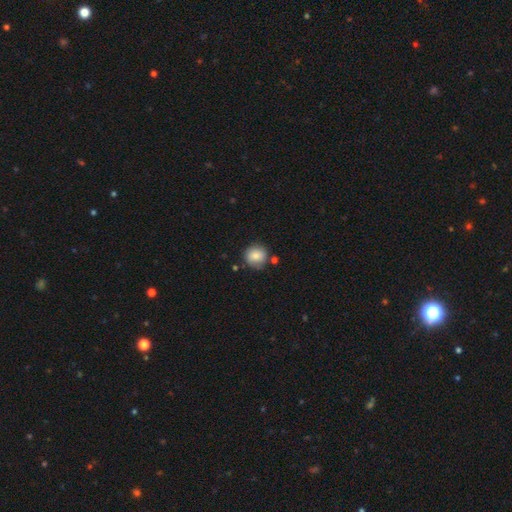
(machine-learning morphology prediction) Smooth or featured?
  - smooth: 83% *
  - star or artifact: 9%
  - featured or disk: 9%
How rounded?
  - round: 91% *
  - in between: 8%
  - cigar-shaped: 1%
Merging?
  - none: 77% *
  - minor disturbance: 14%
  - merger: 6%
  - major disturbance: 3%